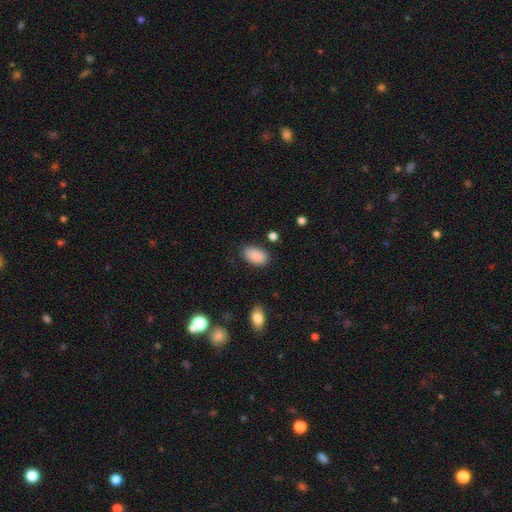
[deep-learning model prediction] A smooth galaxy with no disk features (89%) that is in between round and cigar-shaped (93%). Merging: none (82%).